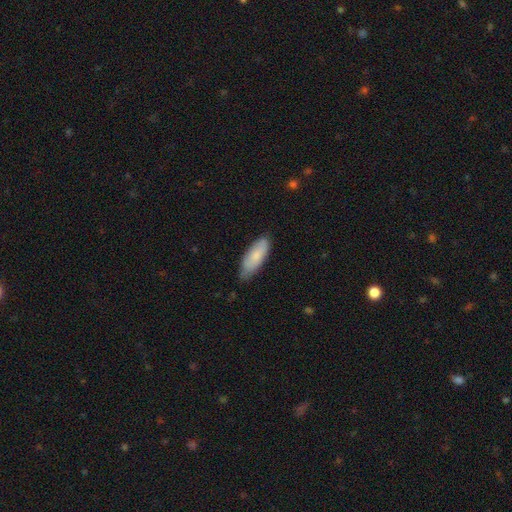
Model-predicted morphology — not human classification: Smooth or featured? Predicted: smooth (p=0.78). How rounded? Predicted: in between (p=0.70). Merging? Predicted: none (p=0.68).